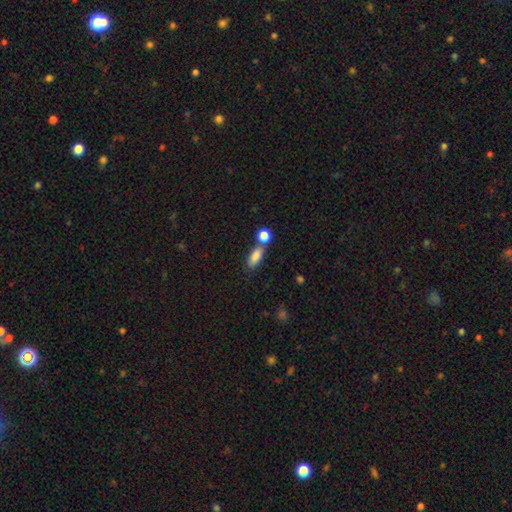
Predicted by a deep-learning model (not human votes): smooth 85%, star or artifact 8%, featured or disk 7%. Down the decision tree: how rounded — in between (76%); merging — none (55%).